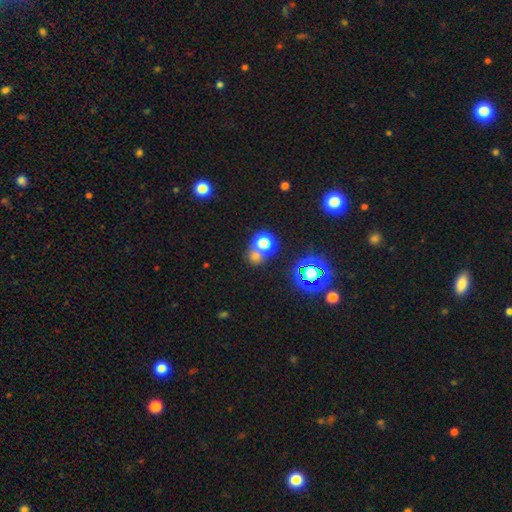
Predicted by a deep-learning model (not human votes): The model was most divided on "merging": none: 48%, merger: 40%, minor disturbance: 7%, major disturbance: 5%. More confident: how rounded — round (77%); smooth or featured — smooth (62%).